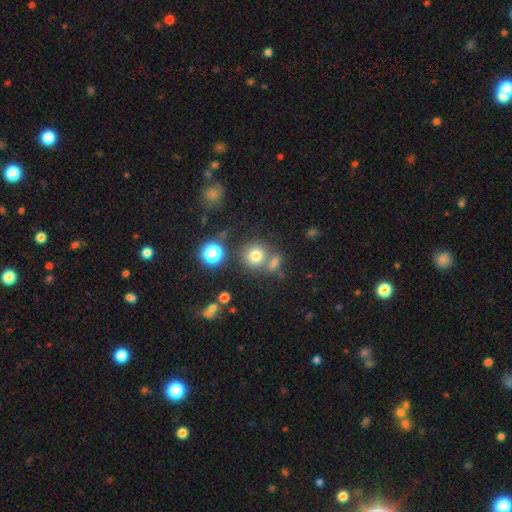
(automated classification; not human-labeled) Smooth or featured: smooth — 74% (star or artifact — 16%)
How rounded: round — 88% (in between — 11%)
Merging: none — 63% (merger — 23%)